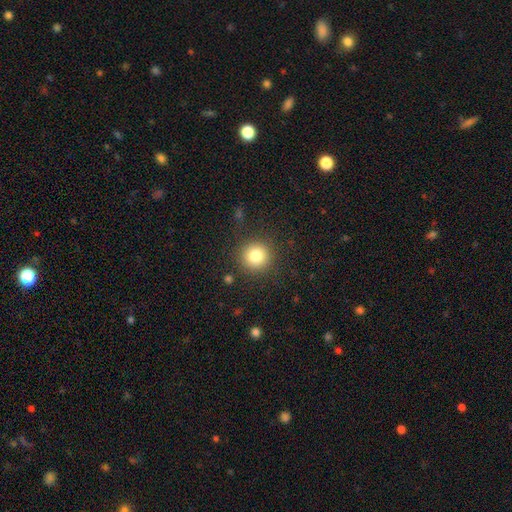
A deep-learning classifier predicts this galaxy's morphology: type=smooth (81%); roundness=round (94%); merging=none (88%).